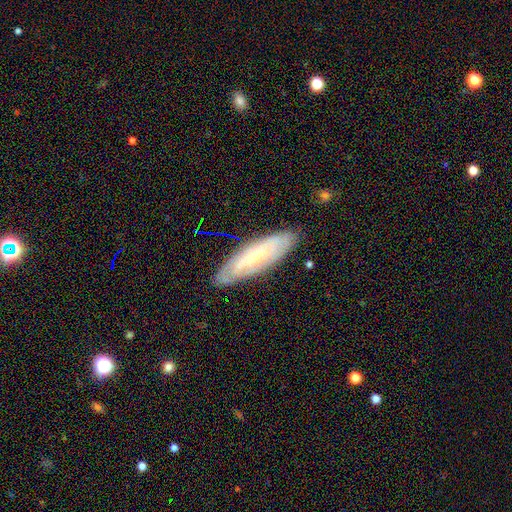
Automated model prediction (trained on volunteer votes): Overall: featured or disk (65%; smooth 28%). Edge-on disk: no (71%). Merging: none (83%).